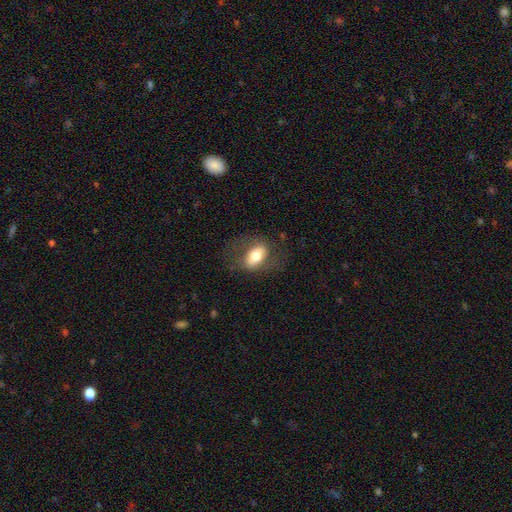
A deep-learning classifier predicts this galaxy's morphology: A smooth galaxy with no disk features (65%) that is in between round and cigar-shaped (86%).

Vote fractions:
- Smooth or featured? smooth: 65% / featured or disk: 28% / star or artifact: 7%
- How rounded? in between: 86% / round: 10% / cigar-shaped: 4%
- Merging? none: 68% / minor disturbance: 19% / major disturbance: 12% / merger: 1%